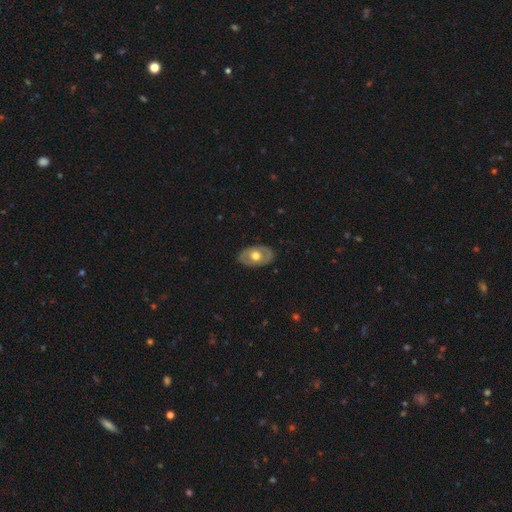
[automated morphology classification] This is possibly a smooth galaxy (48%). Merging: clearly none (83%).